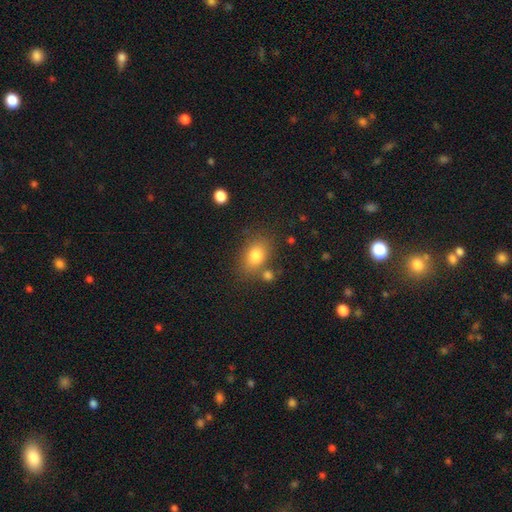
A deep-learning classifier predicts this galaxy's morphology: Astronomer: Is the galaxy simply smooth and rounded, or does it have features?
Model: smooth — 80%.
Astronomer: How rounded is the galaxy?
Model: in between — 71%.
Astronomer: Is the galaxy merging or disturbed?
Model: none — 70%.